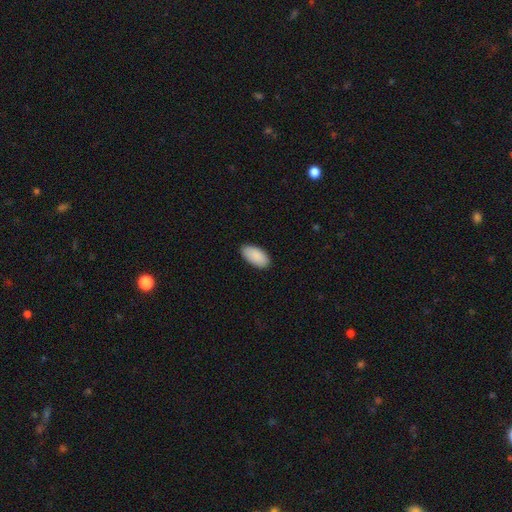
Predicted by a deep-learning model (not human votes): Morphology: type=smooth (91%); roundness=in between (95%); merging=none (88%).